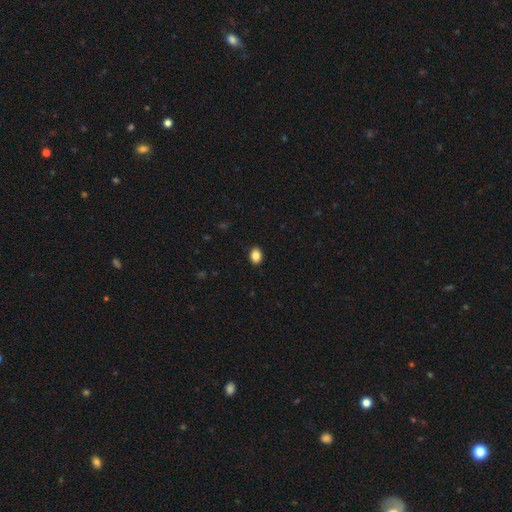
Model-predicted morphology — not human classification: This appears to be a smooth galaxy with no disk features (86%) that is in between round and cigar-shaped (72%). Merging: none (90%).